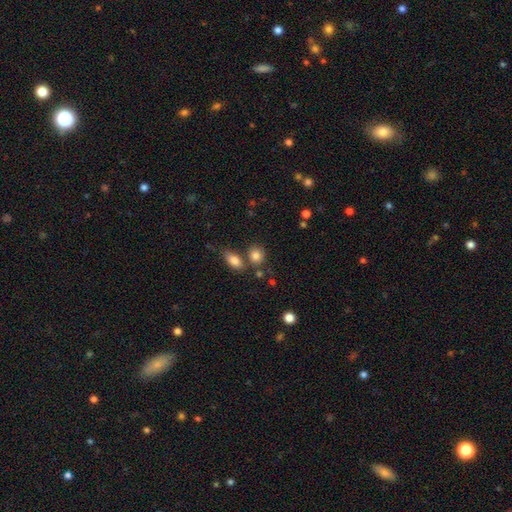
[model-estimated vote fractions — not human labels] This is clearly a smooth galaxy (83%). How rounded: likely round (62%). Merging: likely none (65%).